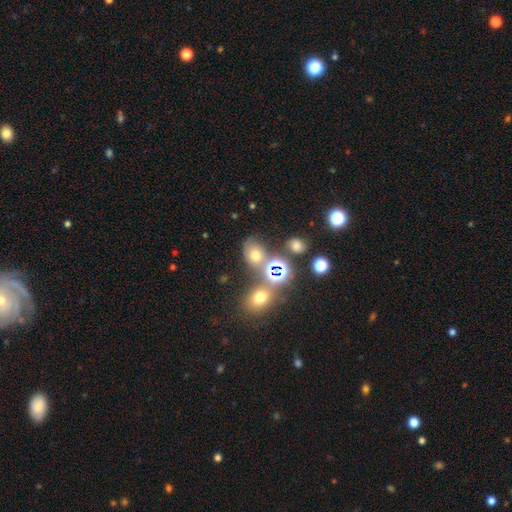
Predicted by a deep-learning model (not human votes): smooth-or-featured: smooth: 53% | star or artifact: 30% | featured or disk: 17%
  how-rounded: in between: 57% | round: 41% | cigar-shaped: 2%
  merging: none: 52% | merger: 22% | minor disturbance: 16% | major disturbance: 10%